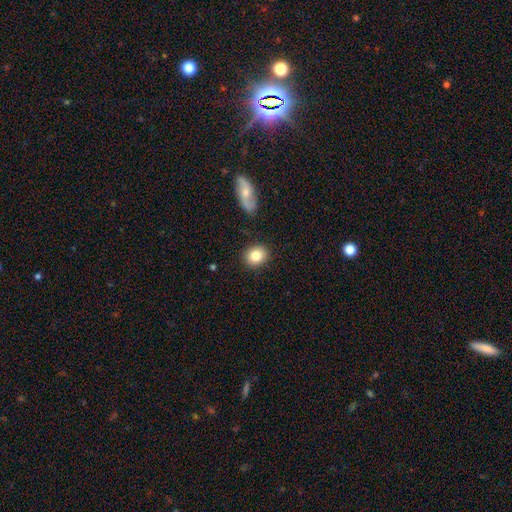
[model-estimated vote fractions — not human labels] smooth-or-featured: smooth: 83% | featured or disk: 9% | star or artifact: 8%
  how-rounded: round: 65% | in between: 33% | cigar-shaped: 1%
  merging: none: 86% | minor disturbance: 9% | merger: 3% | major disturbance: 2%